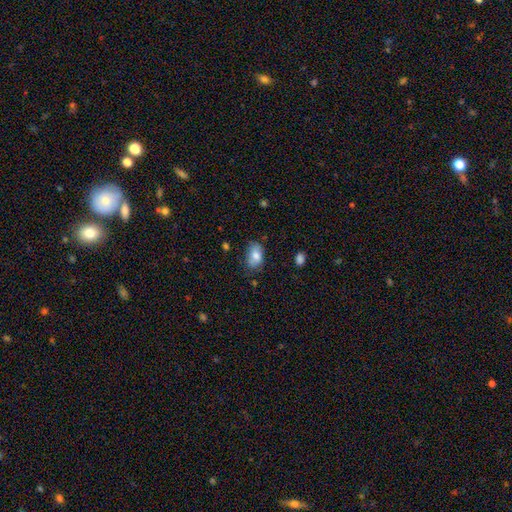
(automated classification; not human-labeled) A smooth galaxy with no disk features (80%) that is in between round and cigar-shaped (89%). Merging: none (65%).